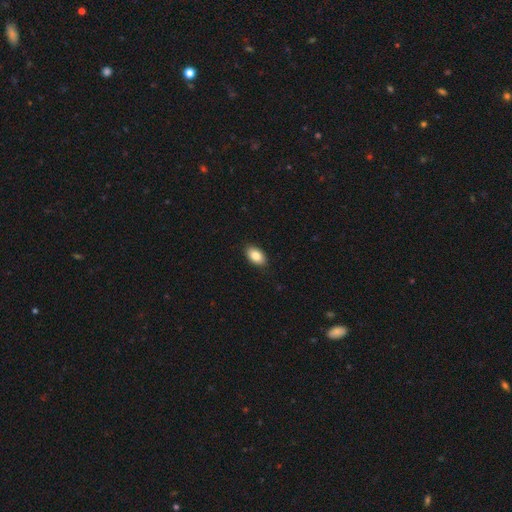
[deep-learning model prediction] smooth 85%, featured or disk 8%, star or artifact 7%. Down the decision tree: how rounded — in between (92%); merging — none (89%).